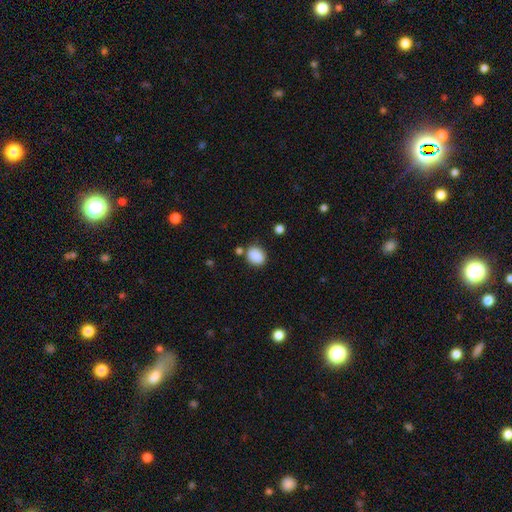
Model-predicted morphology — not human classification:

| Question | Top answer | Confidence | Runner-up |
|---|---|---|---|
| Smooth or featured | smooth | 87% | star or artifact (9%) |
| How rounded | in between | 56% | round (43%) |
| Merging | none | 73% | minor disturbance (15%) |